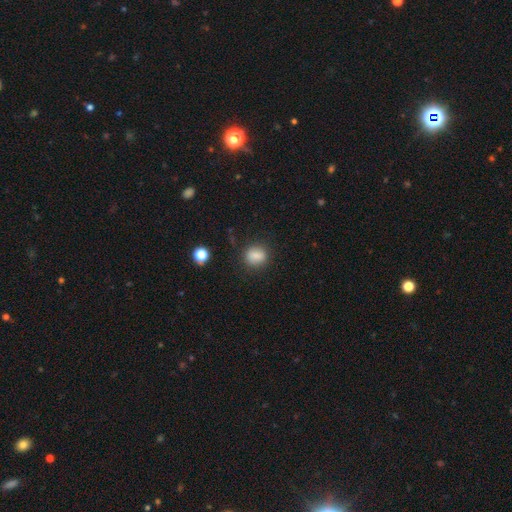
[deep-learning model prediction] The model was most divided on "how rounded": round: 53%, in between: 45%, cigar-shaped: 2%. More confident: smooth or featured — smooth (84%); merging — none (80%).